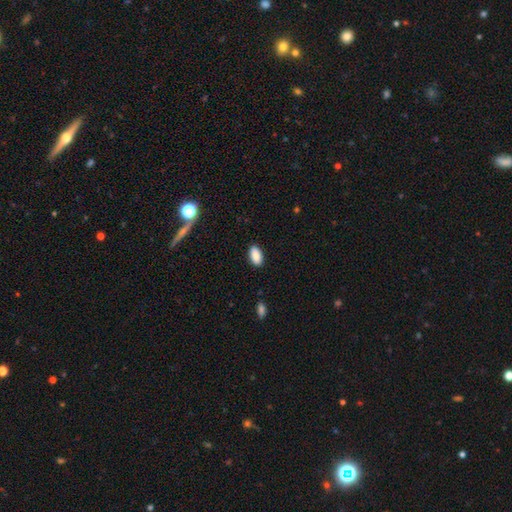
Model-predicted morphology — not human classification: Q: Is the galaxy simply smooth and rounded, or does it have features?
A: smooth — 86%.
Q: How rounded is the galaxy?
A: in between — 93%.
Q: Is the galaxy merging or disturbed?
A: none — 88%.